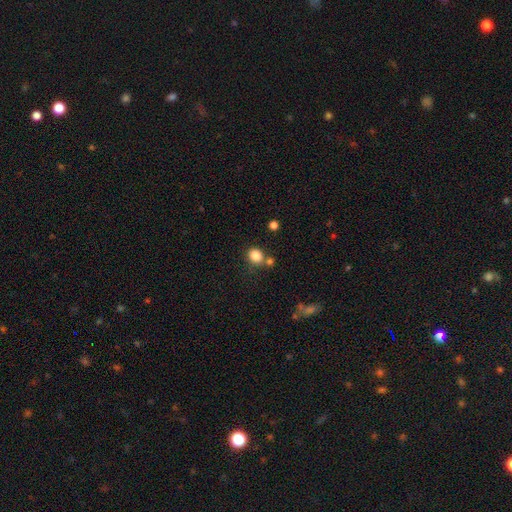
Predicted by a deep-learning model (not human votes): smooth-or-featured: smooth: 84% | star or artifact: 11% | featured or disk: 5%
  how-rounded: round: 71% | in between: 28% | cigar-shaped: 1%
  merging: none: 68% | merger: 17% | minor disturbance: 11% | major disturbance: 4%